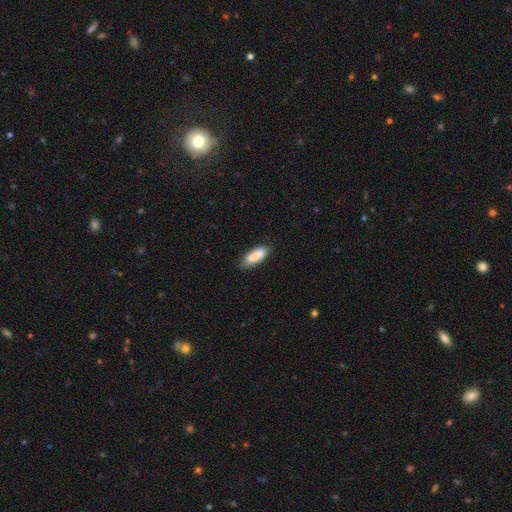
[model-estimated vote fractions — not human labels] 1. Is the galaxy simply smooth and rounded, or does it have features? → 86% smooth, 7% featured or disk, 7% star or artifact.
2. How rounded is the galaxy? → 63% in between, 36% cigar-shaped, 2% round.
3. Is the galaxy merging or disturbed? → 76% none, 18% minor disturbance, 3% major disturbance, 2% merger.